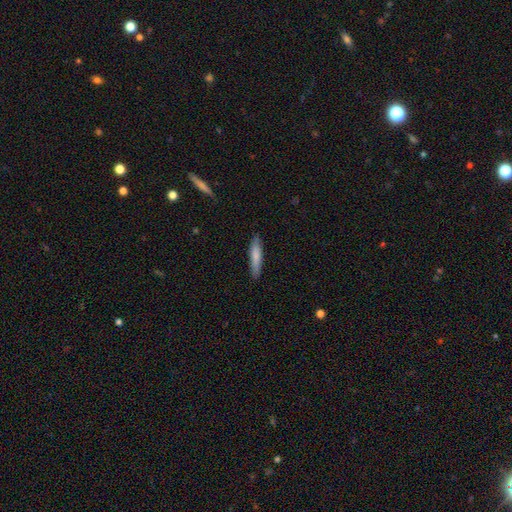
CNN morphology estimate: This is likely a smooth galaxy (79%). How rounded: clearly cigar-shaped (82%). Merging: clearly none (87%).